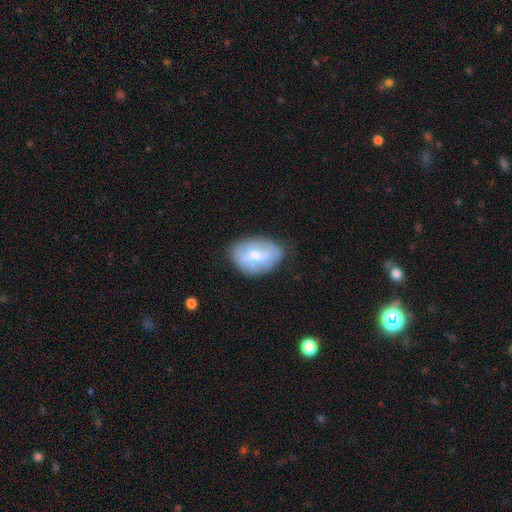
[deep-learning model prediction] Smooth or featured? smooth (49%)
Merging? none (68%)